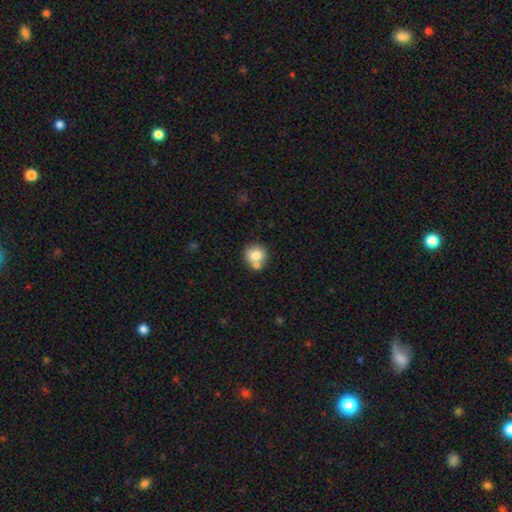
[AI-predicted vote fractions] This appears to be a smooth galaxy with no disk features (78%) that is round (90%). Merging: none (62%).